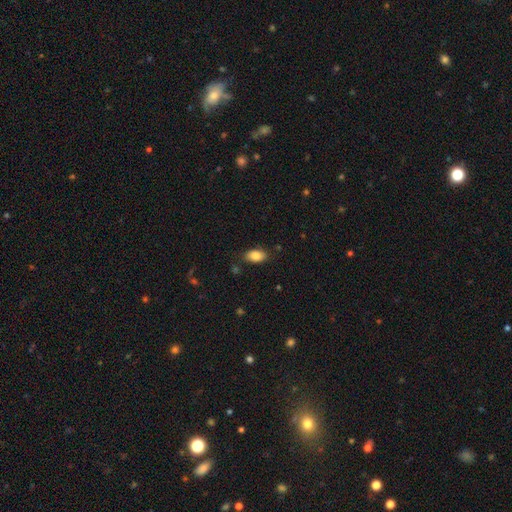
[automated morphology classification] This appears to be a smooth galaxy with no disk features (87%) that is in between round and cigar-shaped (92%). Merging: none (82%).